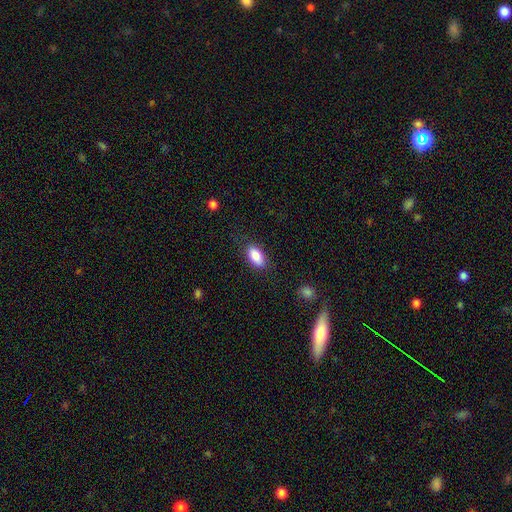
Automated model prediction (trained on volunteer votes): Smooth or featured: smooth — 85% (featured or disk — 8%)
How rounded: in between — 91% (cigar-shaped — 5%)
Merging: none — 82% (minor disturbance — 13%)